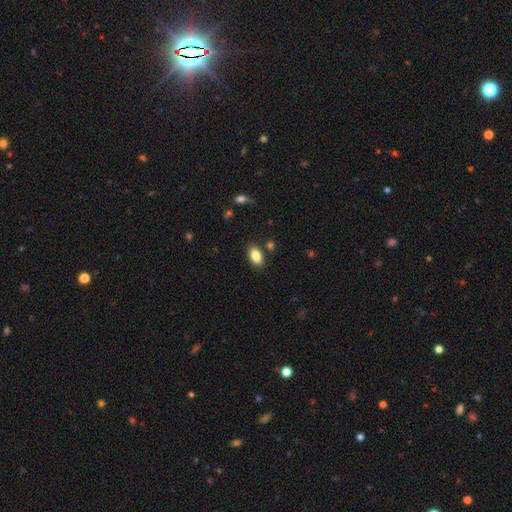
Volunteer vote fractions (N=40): smooth 90%, featured or disk 5%, star or artifact 5%. Down the decision tree: how rounded — in between (94%); merging — none (87%).